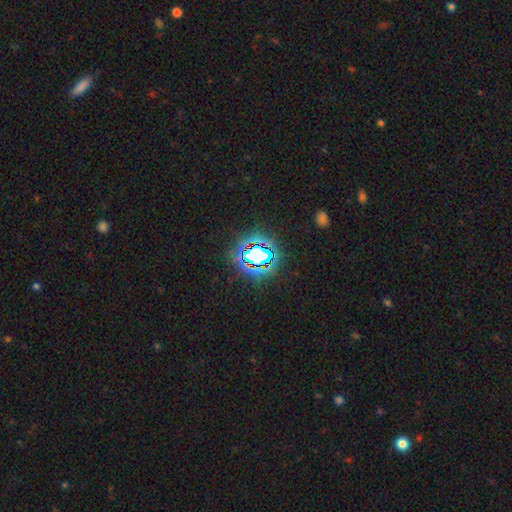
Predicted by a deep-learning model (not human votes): This is likely a star or artifact rather than a galaxy (72%).